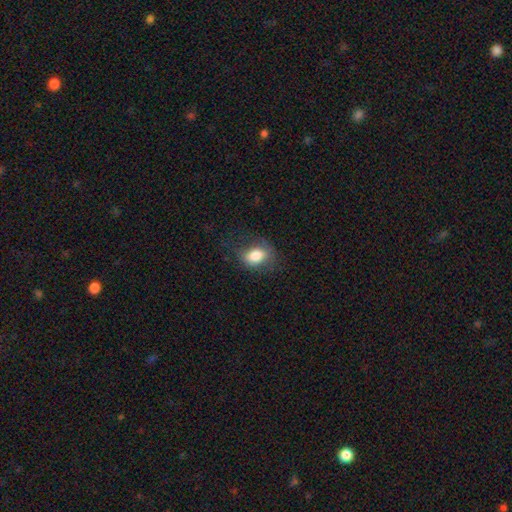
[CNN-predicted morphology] Smooth or featured? smooth (79%)
How rounded? in between (70%)
Merging? none (62%)